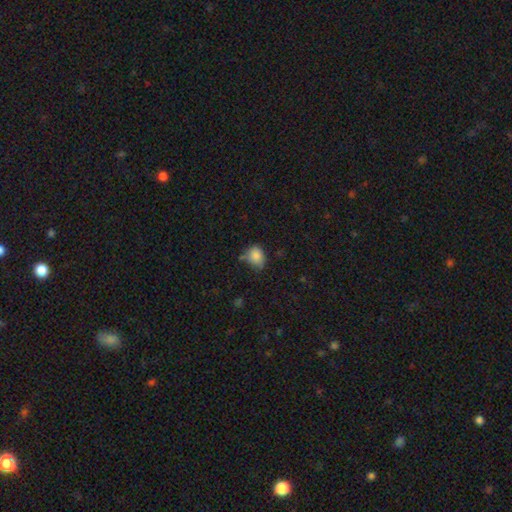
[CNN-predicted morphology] This is clearly a smooth galaxy (84%). How rounded: possibly in between (55%). Merging: possibly none (52%).